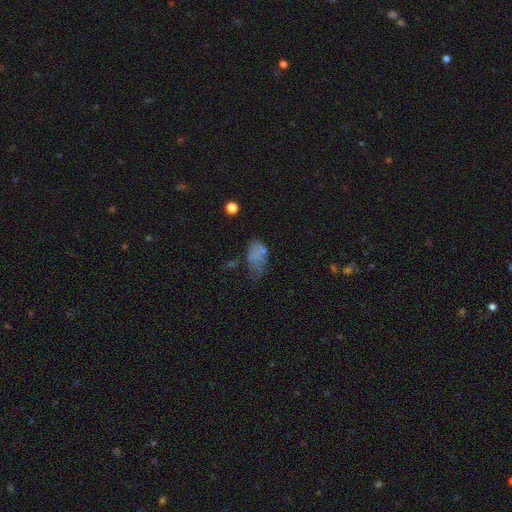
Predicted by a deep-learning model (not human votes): Smooth or featured? Predicted: smooth (p=0.61). How rounded? Predicted: in between (p=0.89). Merging? Predicted: none (p=0.32).